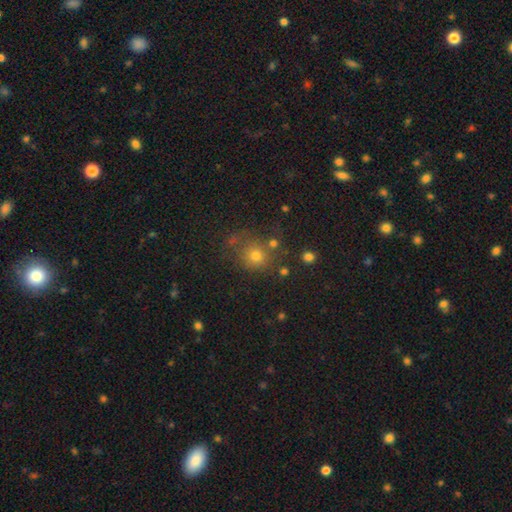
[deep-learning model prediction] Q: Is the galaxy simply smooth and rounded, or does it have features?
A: smooth — 69%.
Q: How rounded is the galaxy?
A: round — 85%.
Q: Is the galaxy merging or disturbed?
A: none — 70%.